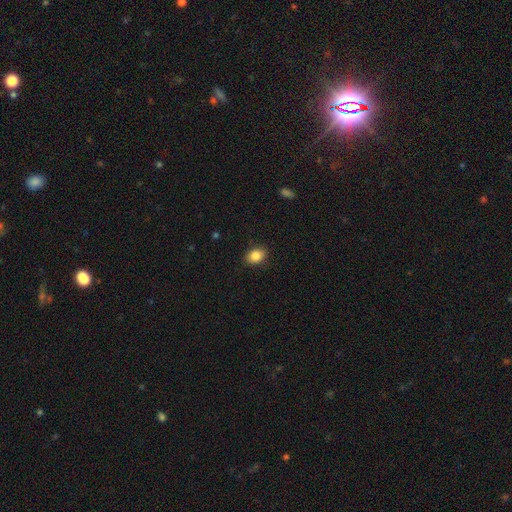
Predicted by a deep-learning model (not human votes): Q: Smooth or featured?
A: smooth (86%); runner-up: star or artifact (9%)
Q: How rounded?
A: in between (70%); runner-up: round (29%)
Q: Merging?
A: none (88%); runner-up: minor disturbance (9%)